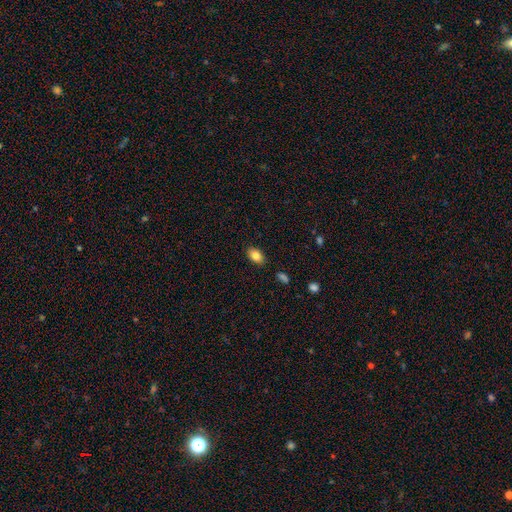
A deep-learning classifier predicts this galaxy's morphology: Smooth or featured?
  - smooth: 83% *
  - featured or disk: 9%
  - star or artifact: 8%
How rounded?
  - in between: 89% *
  - round: 10%
  - cigar-shaped: 2%
Merging?
  - none: 87% *
  - minor disturbance: 9%
  - major disturbance: 2%
  - merger: 1%